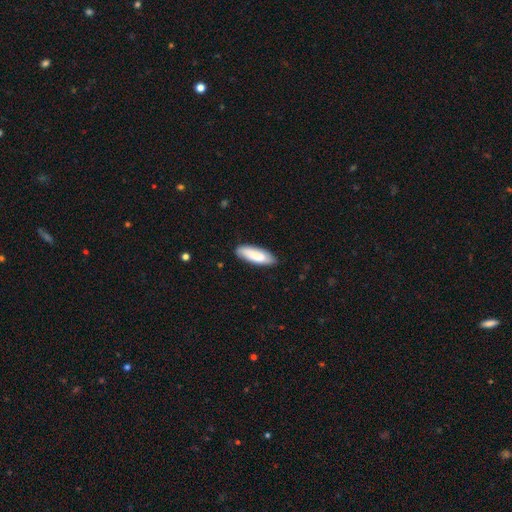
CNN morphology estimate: Q: Smooth or featured?
A: smooth (80%); runner-up: featured or disk (14%)
Q: How rounded?
A: in between (60%); runner-up: cigar-shaped (38%)
Q: Merging?
A: none (83%); runner-up: minor disturbance (13%)